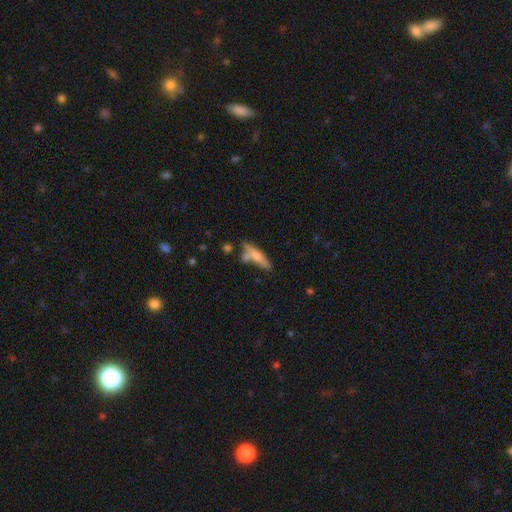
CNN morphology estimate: The model was most divided on "smooth or featured": featured or disk: 48%, smooth: 44%, star or artifact: 7%. More confident: merging — none (60%).